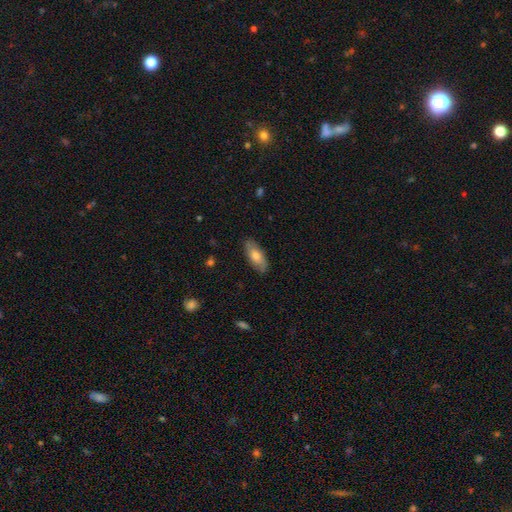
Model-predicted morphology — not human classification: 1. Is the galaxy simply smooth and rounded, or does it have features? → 66% smooth, 28% featured or disk, 6% star or artifact.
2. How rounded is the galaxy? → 83% in between, 15% cigar-shaped, 3% round.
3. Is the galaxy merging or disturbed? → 85% none, 11% minor disturbance, 2% major disturbance, 1% merger.